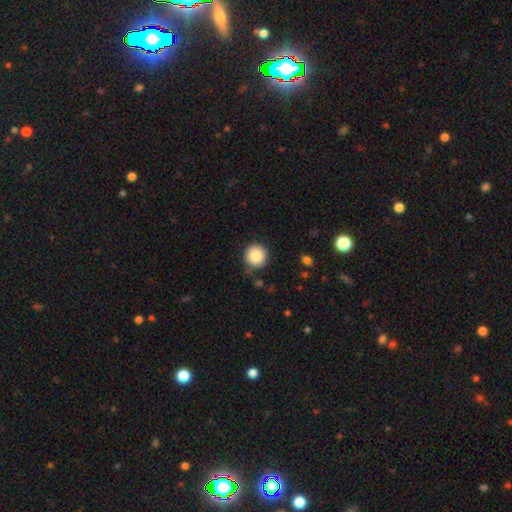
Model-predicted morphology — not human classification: smooth-or-featured: smooth: 88% | star or artifact: 8% | featured or disk: 4%
  how-rounded: round: 94% | in between: 5% | cigar-shaped: 1%
  merging: none: 86% | minor disturbance: 10% | major disturbance: 3% | merger: 2%